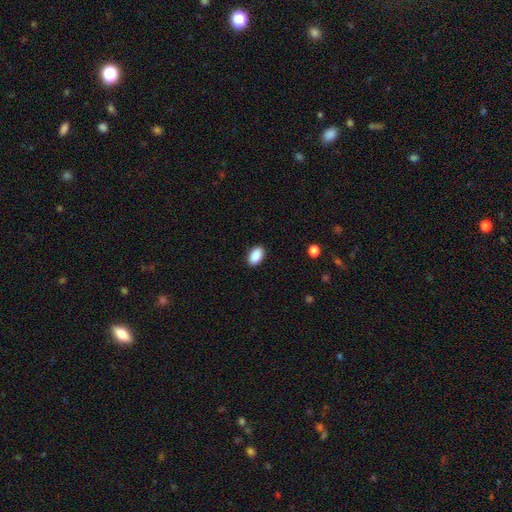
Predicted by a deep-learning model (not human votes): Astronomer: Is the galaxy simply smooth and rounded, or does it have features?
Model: smooth — 90%.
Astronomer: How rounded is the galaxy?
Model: in between — 93%.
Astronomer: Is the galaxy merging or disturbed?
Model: none — 90%.